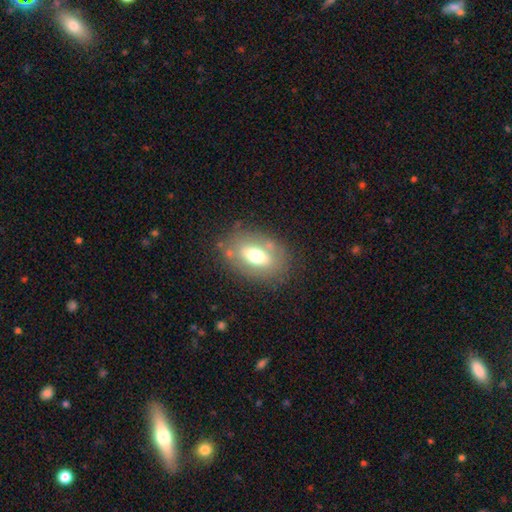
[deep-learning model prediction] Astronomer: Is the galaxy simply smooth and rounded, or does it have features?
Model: smooth — 54% (runner-up: featured or disk, 36%).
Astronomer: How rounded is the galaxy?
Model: in between — 80%.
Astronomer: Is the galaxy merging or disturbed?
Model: none — 76%.